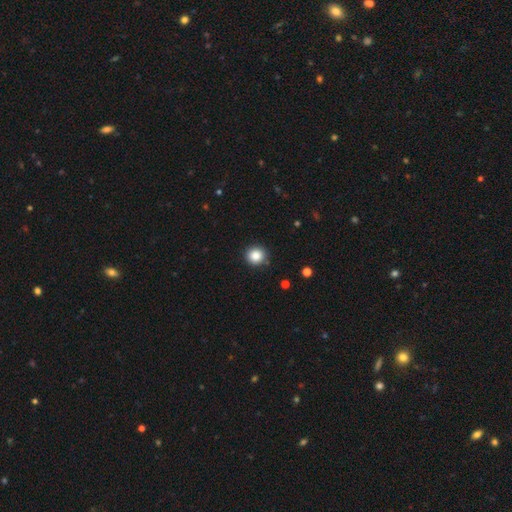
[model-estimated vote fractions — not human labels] Smooth or featured?
  - smooth: 86% *
  - star or artifact: 10%
  - featured or disk: 4%
How rounded?
  - round: 93% *
  - in between: 6%
  - cigar-shaped: 1%
Merging?
  - none: 90% *
  - minor disturbance: 7%
  - major disturbance: 2%
  - merger: 1%